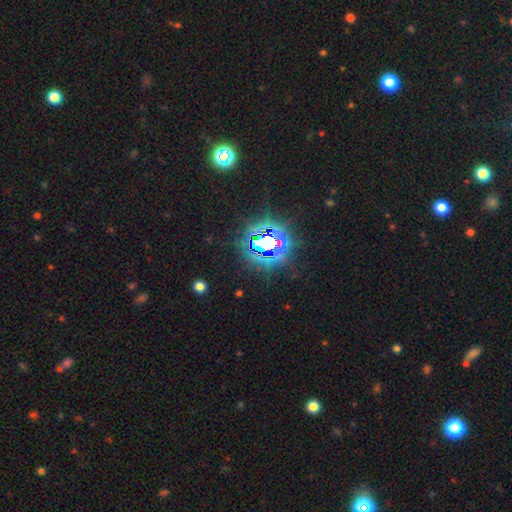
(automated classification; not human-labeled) This is clearly a star or artifact rather than a galaxy (83%).